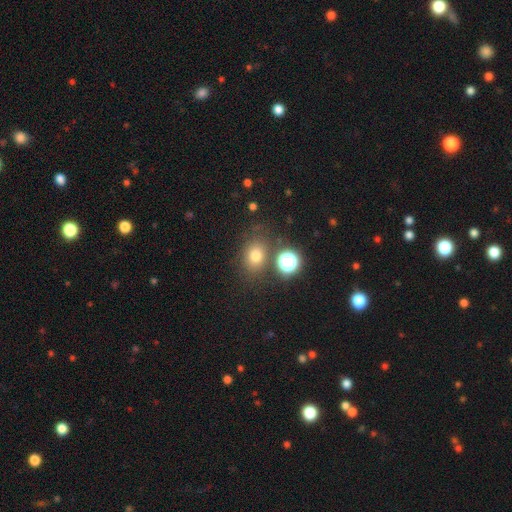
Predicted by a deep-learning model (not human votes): A smooth galaxy with no disk features (72%) that is round (50%). Merging: none (74%).